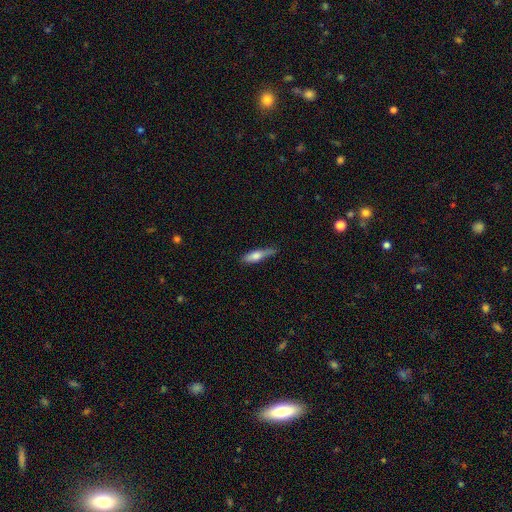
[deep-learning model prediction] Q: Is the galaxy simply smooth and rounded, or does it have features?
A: smooth — 66%.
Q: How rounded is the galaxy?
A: cigar-shaped — 67%.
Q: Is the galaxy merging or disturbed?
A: none — 56%.